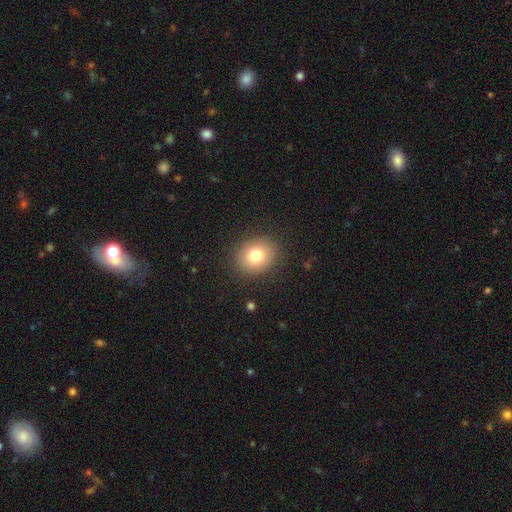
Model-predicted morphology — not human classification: A smooth galaxy with no disk features (79%) that is round (59%). Merging: none (88%).